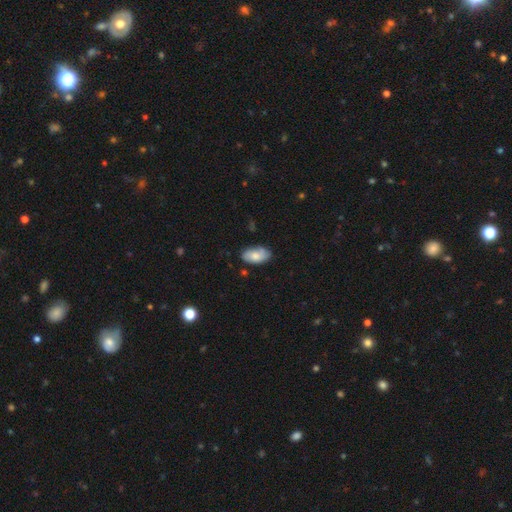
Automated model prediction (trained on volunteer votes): This appears to be a smooth galaxy with no disk features (70%) that is in between round and cigar-shaped (94%). Merging: none (76%).